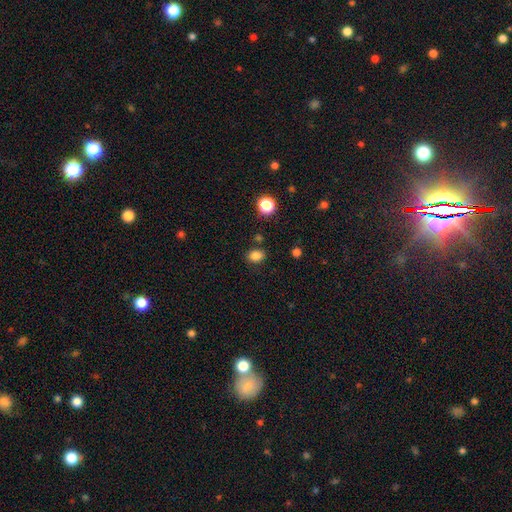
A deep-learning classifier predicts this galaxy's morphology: Smooth or featured: smooth — 83% (star or artifact — 13%)
How rounded: in between — 65% (round — 34%)
Merging: none — 80% (minor disturbance — 12%)